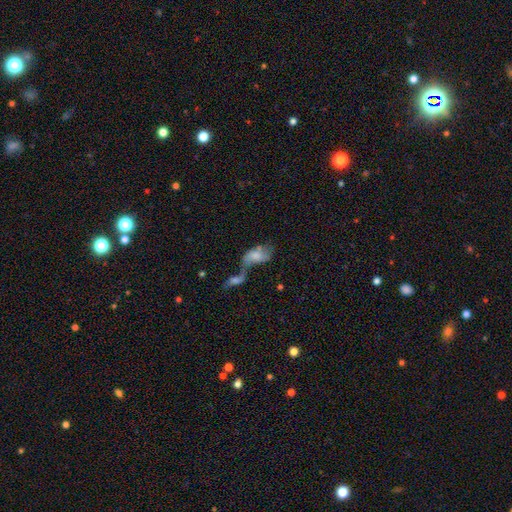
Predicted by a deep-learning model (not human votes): Overall: smooth (55%; featured or disk 36%). How rounded: in between (89%). Merging: merger (71%).